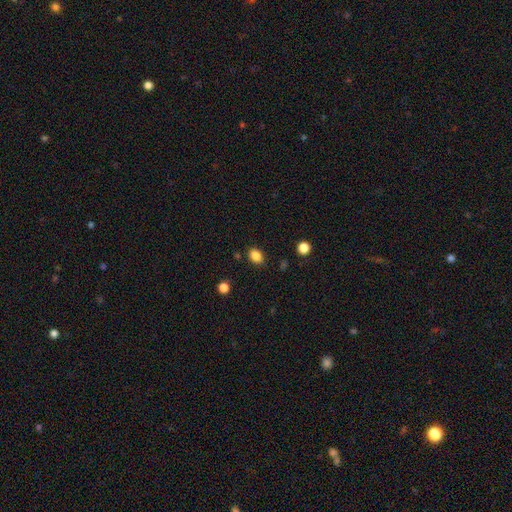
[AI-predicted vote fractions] Smooth or featured: smooth — 85% (star or artifact — 10%)
How rounded: in between — 76% (round — 23%)
Merging: none — 84% (minor disturbance — 12%)